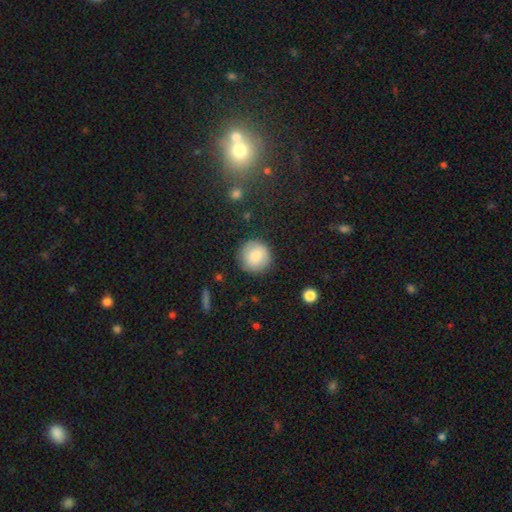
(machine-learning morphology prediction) A smooth galaxy with no disk features (79%) that is round (95%).

Vote fractions:
- Smooth or featured? smooth: 79% / featured or disk: 13% / star or artifact: 8%
- How rounded? round: 95% / in between: 5% / cigar-shaped: 1%
- Merging? none: 87% / minor disturbance: 9% / major disturbance: 3% / merger: 1%